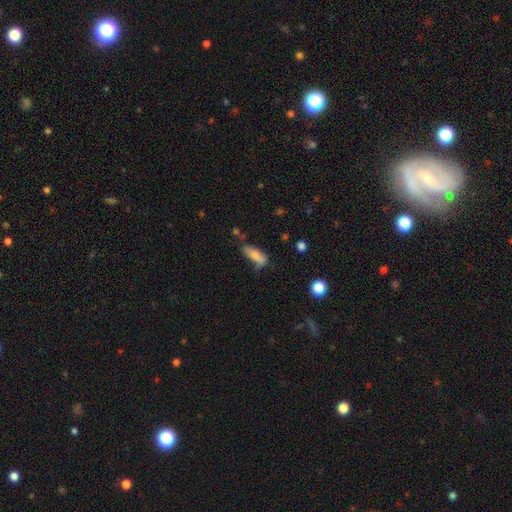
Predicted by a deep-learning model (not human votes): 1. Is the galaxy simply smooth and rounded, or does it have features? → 78% smooth, 14% featured or disk, 8% star or artifact.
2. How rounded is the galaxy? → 70% in between, 27% cigar-shaped, 2% round.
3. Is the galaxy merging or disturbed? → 45% none, 32% minor disturbance, 14% major disturbance, 9% merger.